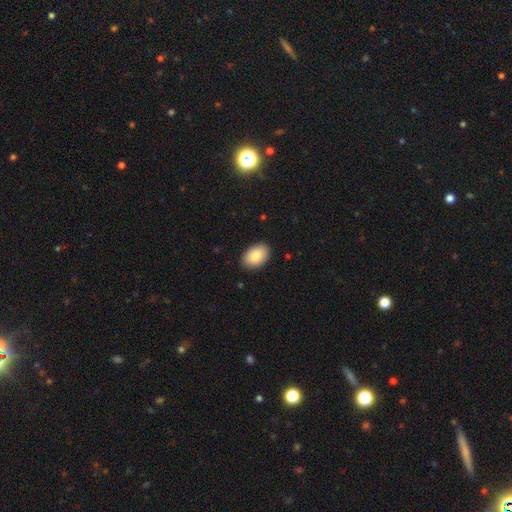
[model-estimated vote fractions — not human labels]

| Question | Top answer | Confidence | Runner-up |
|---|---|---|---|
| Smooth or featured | smooth | 85% | featured or disk (8%) |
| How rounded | in between | 89% | round (10%) |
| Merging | none | 88% | minor disturbance (9%) |